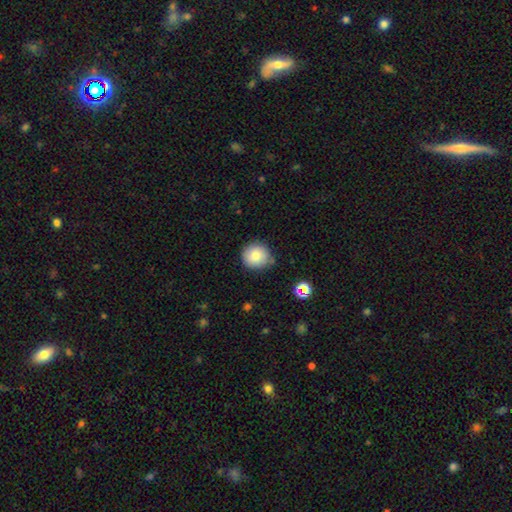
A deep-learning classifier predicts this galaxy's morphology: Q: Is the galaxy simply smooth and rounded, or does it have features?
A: smooth — 82%.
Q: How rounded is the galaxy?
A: round — 91%.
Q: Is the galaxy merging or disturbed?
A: none — 79%.